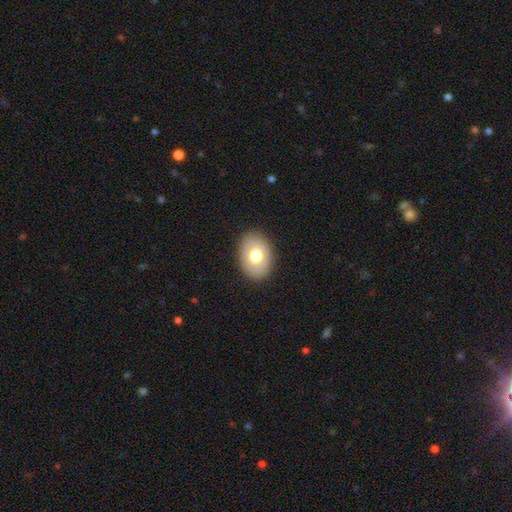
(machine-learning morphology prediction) The model was most divided on "smooth or featured": smooth: 72%, featured or disk: 20%, star or artifact: 7%. More confident: merging — none (88%); how rounded — in between (78%).